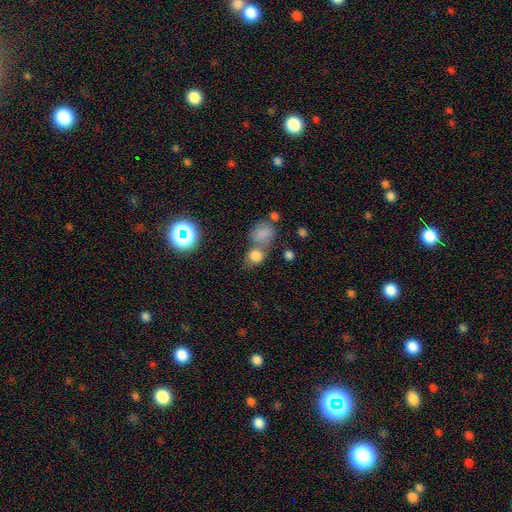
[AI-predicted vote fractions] Smooth or featured? Predicted: smooth (p=0.77). How rounded? Predicted: round (p=0.59). Merging? Predicted: merger (p=0.43).